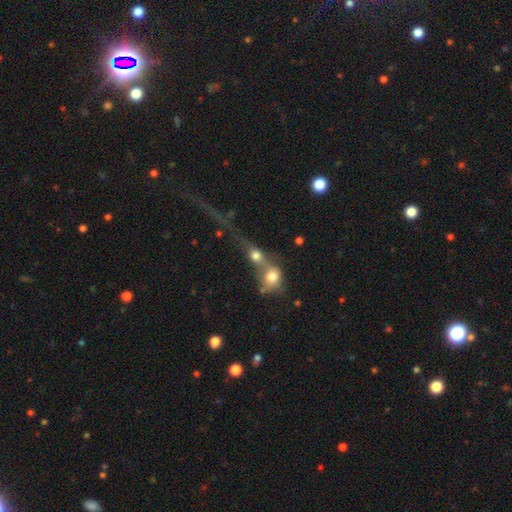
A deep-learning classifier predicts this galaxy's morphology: The model was most divided on "how rounded": round: 60%, in between: 31%, cigar-shaped: 8%. More confident: merging — merger (71%); smooth or featured — smooth (63%).